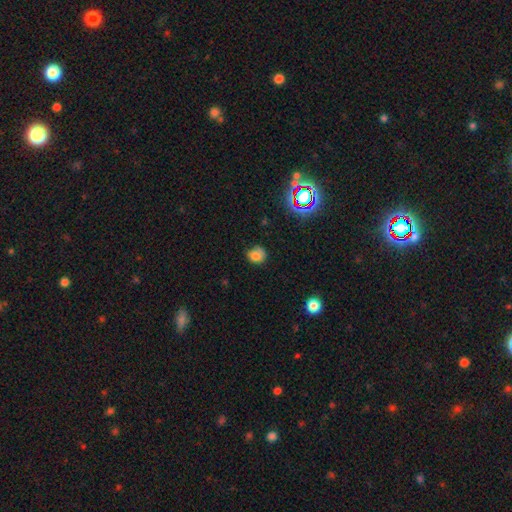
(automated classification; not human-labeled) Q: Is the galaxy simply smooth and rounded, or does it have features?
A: smooth — 72%.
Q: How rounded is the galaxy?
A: round — 69%.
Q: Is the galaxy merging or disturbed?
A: none — 60%.